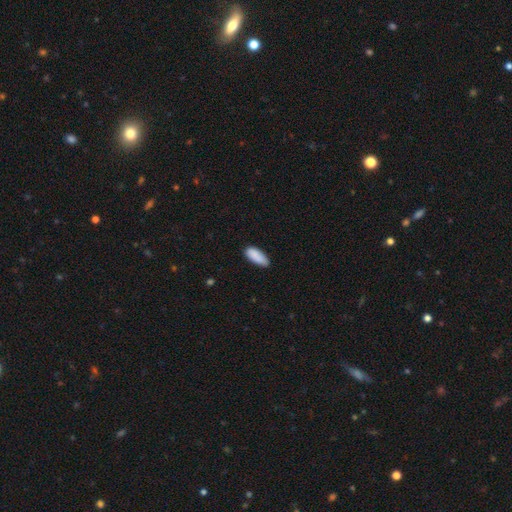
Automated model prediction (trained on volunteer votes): The model was most divided on "merging": none: 78%, minor disturbance: 19%, major disturbance: 3%, merger: 1%. More confident: smooth or featured — smooth (89%); how rounded — in between (79%).